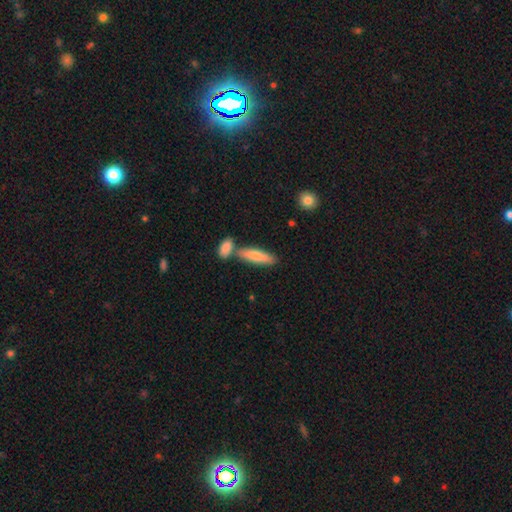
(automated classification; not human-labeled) A smooth galaxy with no disk features (81%) that is cigar-shaped (63%). Merging: none (61%).